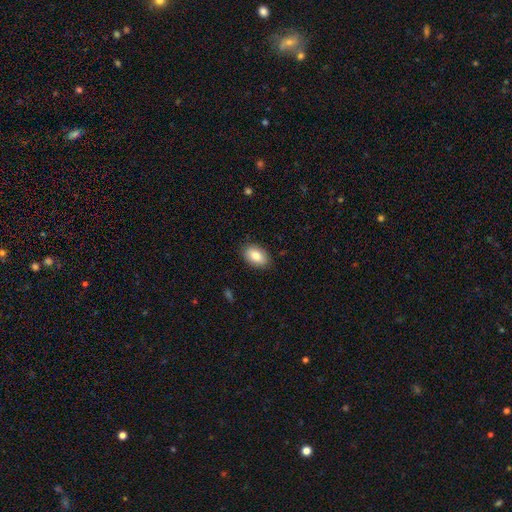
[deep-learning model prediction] smooth_or_featured: smooth (p=0.83) [alt: featured or disk p=0.10]
how_rounded: in between (p=0.89) [alt: round p=0.10]
merging: none (p=0.86) [alt: minor disturbance p=0.10]